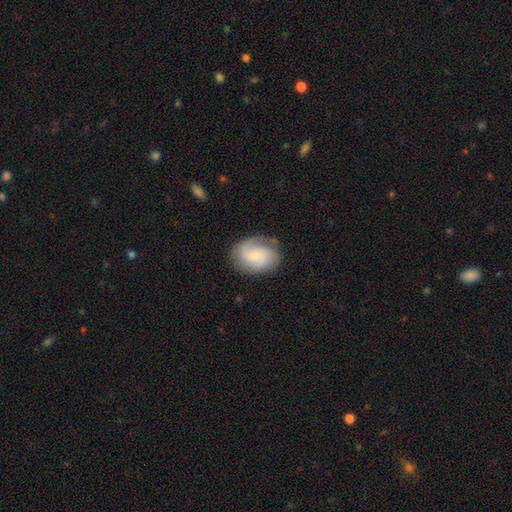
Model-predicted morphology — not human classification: Overall: featured or disk (57%; smooth 36%). Edge-on disk: no (97%). Bar: no (68%). Spiral arms: yes (90%). Bulge size: small (70%). Merging: none (71%).